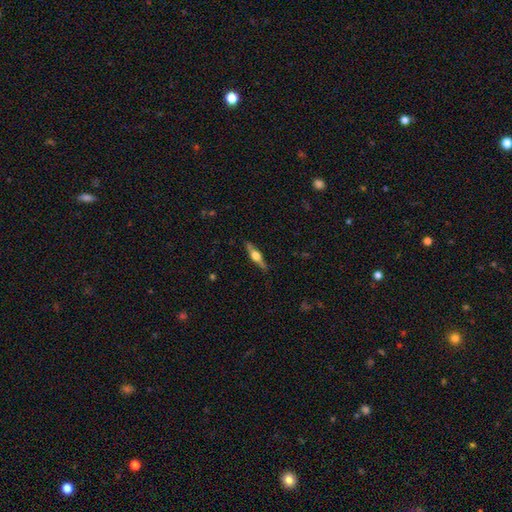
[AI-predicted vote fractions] Smooth or featured: featured or disk — 71% (smooth — 23%)
Edge-on disk: yes — 97% (no — 3%)
Edge-on bulge: rounded — 93% (boxy — 5%)
Merging: none — 88% (minor disturbance — 9%)